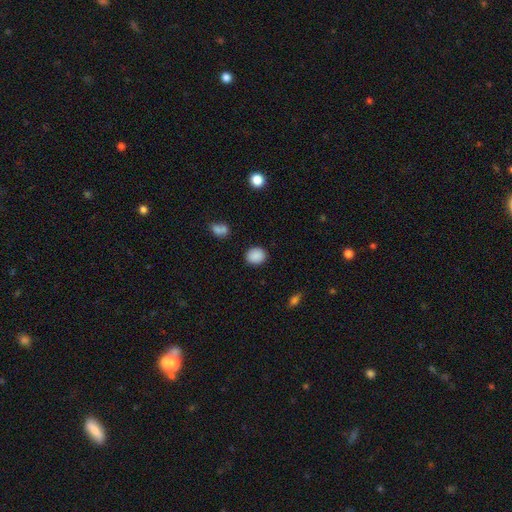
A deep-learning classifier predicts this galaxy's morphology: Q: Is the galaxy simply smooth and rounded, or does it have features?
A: smooth — 88%.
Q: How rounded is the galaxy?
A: round — 74%.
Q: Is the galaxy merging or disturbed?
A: none — 88%.